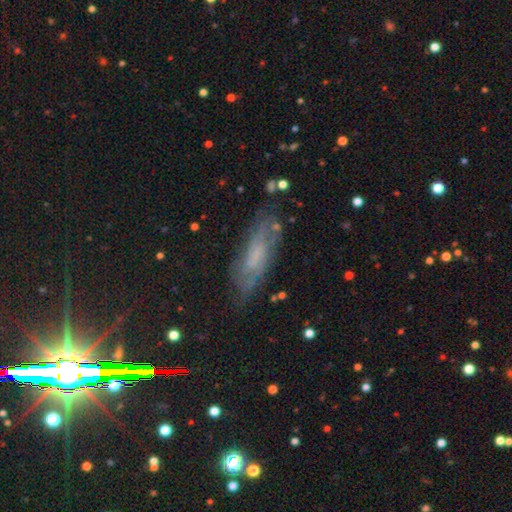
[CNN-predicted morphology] smooth_or_featured: featured or disk (p=0.49) [alt: smooth p=0.37]
merging: none (p=0.71) [alt: minor disturbance p=0.20]